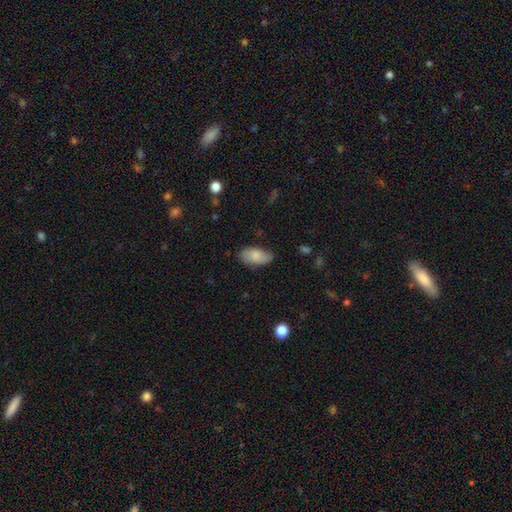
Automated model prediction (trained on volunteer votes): This appears to be a smooth galaxy with no disk features (81%) that is in between round and cigar-shaped (94%). Merging: none (70%).